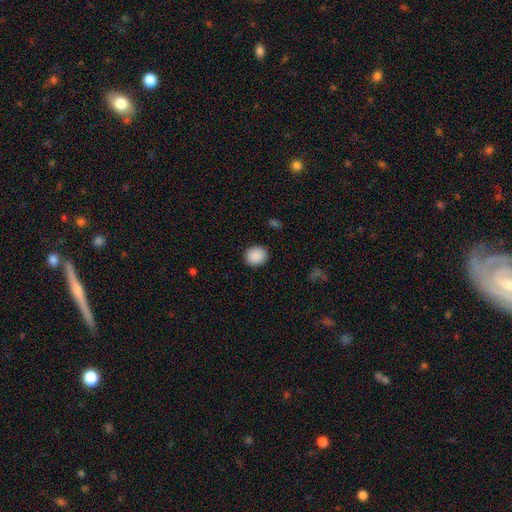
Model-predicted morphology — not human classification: A smooth galaxy with no disk features (90%) that is round (73%). Merging: none (90%).